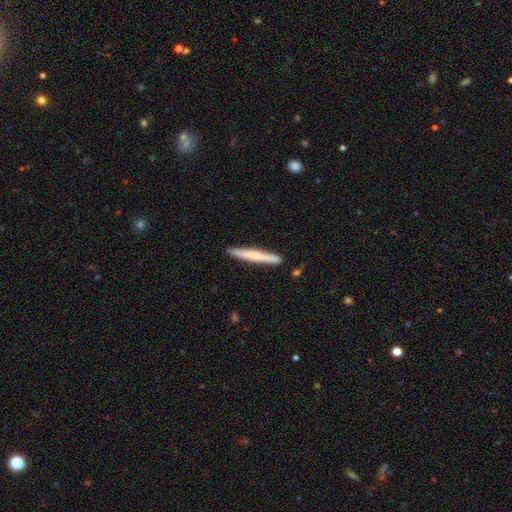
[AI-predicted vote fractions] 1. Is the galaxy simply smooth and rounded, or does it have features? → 57% smooth, 37% featured or disk, 5% star or artifact.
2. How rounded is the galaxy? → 96% cigar-shaped, 2% in between, 1% round.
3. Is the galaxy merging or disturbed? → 89% none, 8% minor disturbance, 2% merger, 1% major disturbance.